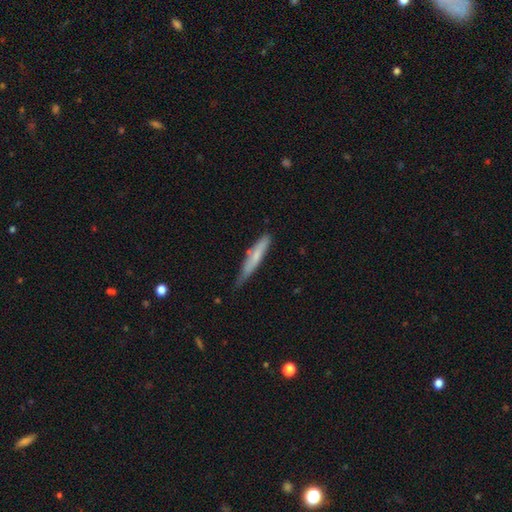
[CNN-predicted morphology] A smooth galaxy with no disk features (63%) that is cigar-shaped (91%).

Vote fractions:
- Smooth or featured? smooth: 63% / featured or disk: 31% / star or artifact: 6%
- How rounded? cigar-shaped: 91% / in between: 8% / round: 1%
- Merging? none: 56% / minor disturbance: 35% / major disturbance: 6% / merger: 3%